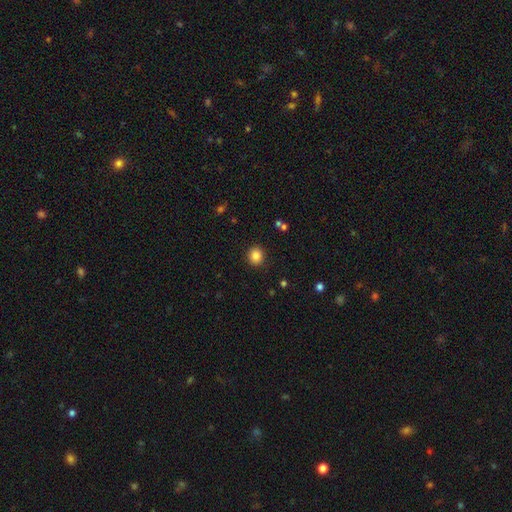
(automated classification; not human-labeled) Smooth or featured? Predicted: smooth (p=0.85). How rounded? Predicted: round (p=0.80). Merging? Predicted: none (p=0.90).